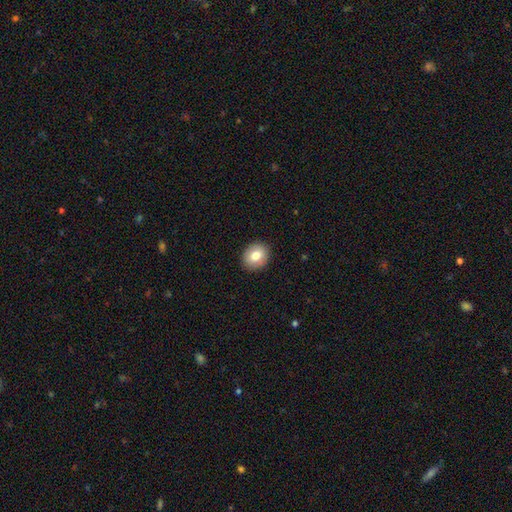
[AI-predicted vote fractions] Smooth or featured?
  - smooth: 79% *
  - featured or disk: 12%
  - star or artifact: 8%
How rounded?
  - round: 58% *
  - in between: 41%
  - cigar-shaped: 1%
Merging?
  - none: 90% *
  - minor disturbance: 7%
  - major disturbance: 2%
  - merger: 1%